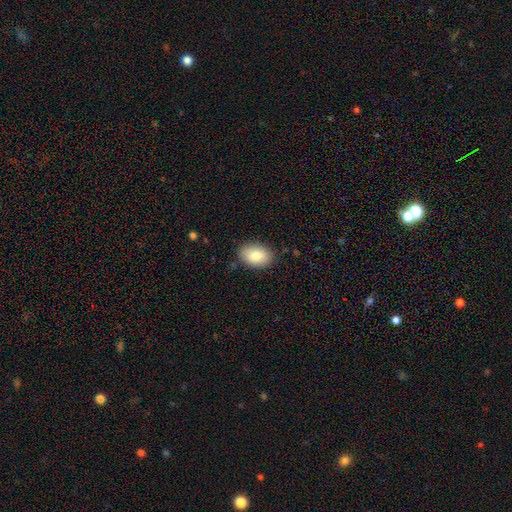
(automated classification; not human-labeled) smooth_or_featured: smooth (p=0.82) [alt: featured or disk p=0.10]
how_rounded: in between (p=0.85) [alt: round p=0.14]
merging: none (p=0.86) [alt: minor disturbance p=0.11]